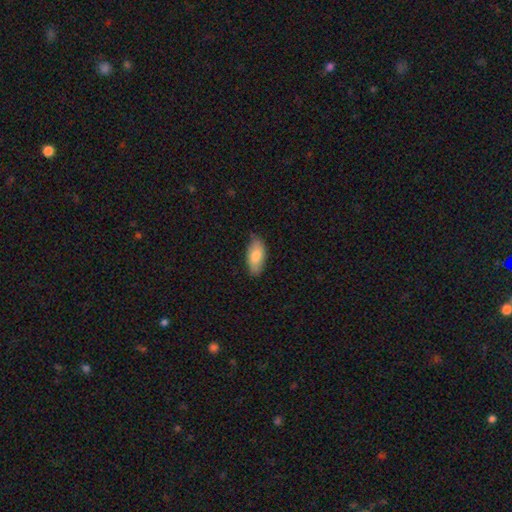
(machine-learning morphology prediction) smooth-or-featured: smooth: 80% | featured or disk: 14% | star or artifact: 6%
  how-rounded: in between: 91% | cigar-shaped: 7% | round: 2%
  merging: none: 79% | minor disturbance: 17% | major disturbance: 2% | merger: 1%